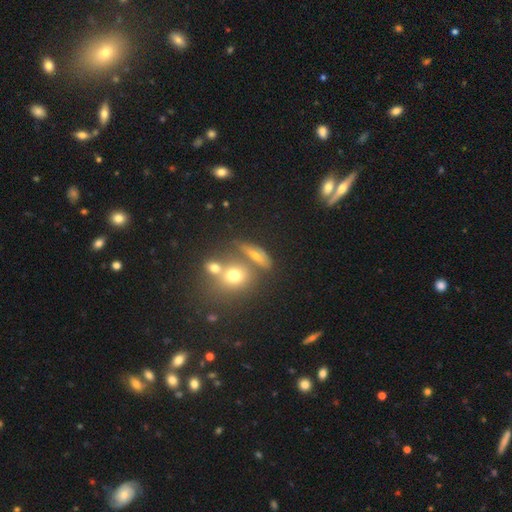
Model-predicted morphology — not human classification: Smooth or featured? Predicted: smooth (p=0.46). Merging? Predicted: none (p=0.62).